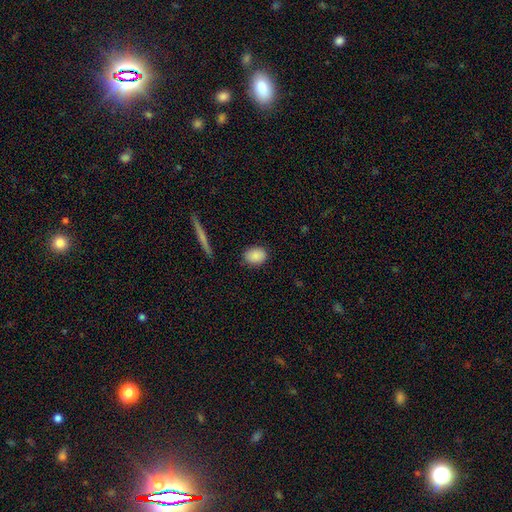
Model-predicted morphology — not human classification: Smooth or featured? smooth (88%)
How rounded? in between (70%)
Merging? none (85%)